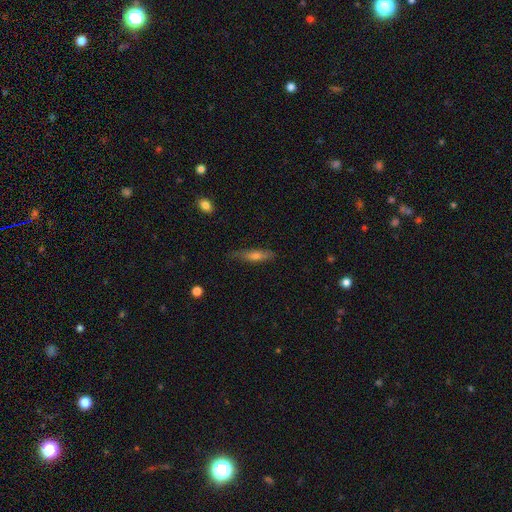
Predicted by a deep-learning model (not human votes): This appears to be a featured or disk galaxy (48%). Merging: none (78%).